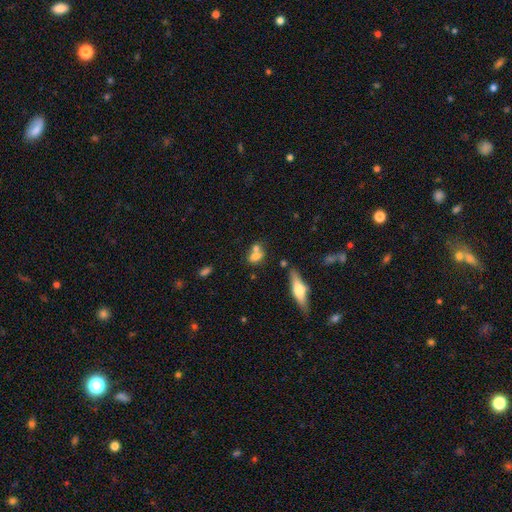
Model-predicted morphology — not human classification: smooth_or_featured: smooth (p=0.67) [alt: featured or disk p=0.22]
how_rounded: in between (p=0.64) [alt: round p=0.30]
merging: merger (p=0.51) [alt: none p=0.34]